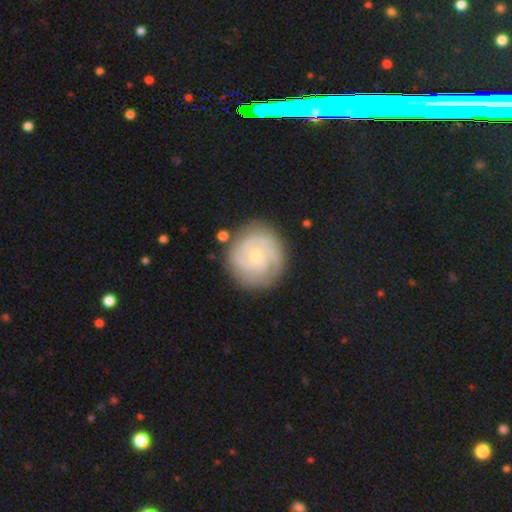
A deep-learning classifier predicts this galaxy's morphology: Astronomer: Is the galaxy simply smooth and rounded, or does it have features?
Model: featured or disk — 80%.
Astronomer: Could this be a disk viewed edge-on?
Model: no — 98%.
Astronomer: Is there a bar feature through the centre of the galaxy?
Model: no — 69%.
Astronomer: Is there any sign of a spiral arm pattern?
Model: yes — 95%.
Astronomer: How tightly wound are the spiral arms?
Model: tight — 68%.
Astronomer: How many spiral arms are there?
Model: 3 — 33% (runner-up: 2, 28%).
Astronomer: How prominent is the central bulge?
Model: small — 66%.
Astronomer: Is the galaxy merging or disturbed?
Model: none — 81%.